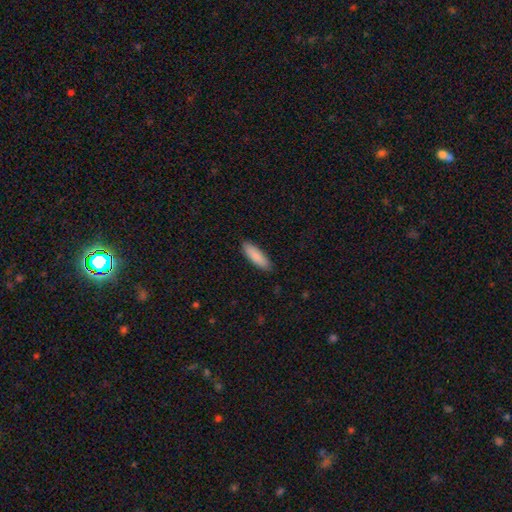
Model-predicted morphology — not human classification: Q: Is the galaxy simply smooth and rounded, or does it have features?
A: smooth — 88%.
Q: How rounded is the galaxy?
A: cigar-shaped — 52%.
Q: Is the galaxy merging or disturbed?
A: none — 89%.